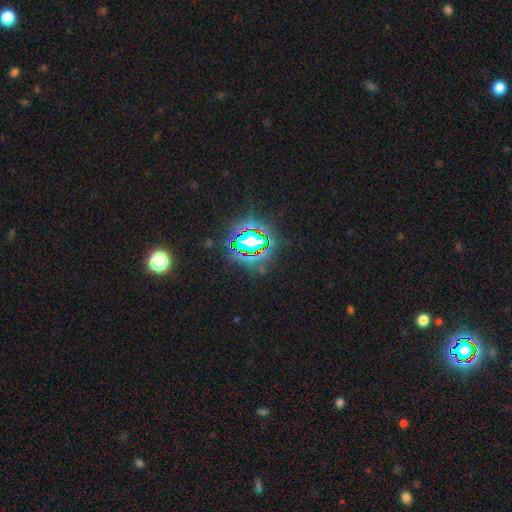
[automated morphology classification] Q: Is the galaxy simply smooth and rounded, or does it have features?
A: star or artifact — 83%.